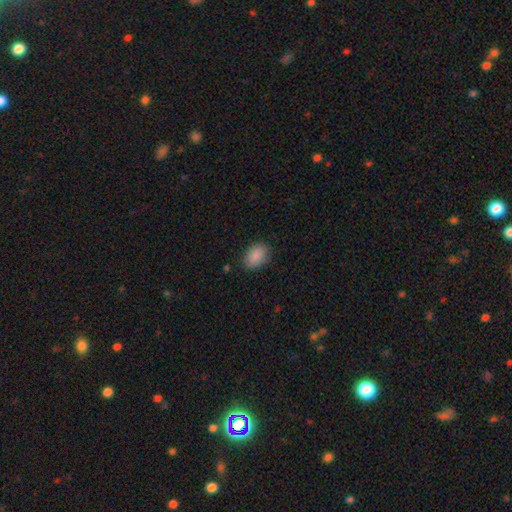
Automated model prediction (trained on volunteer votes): The model was most divided on "how rounded": in between: 84%, round: 15%, cigar-shaped: 1%. More confident: smooth or featured — smooth (89%); merging — none (85%).